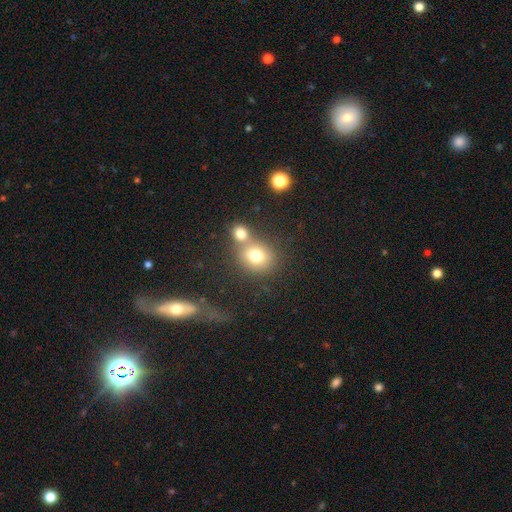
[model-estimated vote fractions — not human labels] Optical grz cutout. It shows a smooth galaxy with no disk features (75%) that is round (76%). Merging: none (47%).